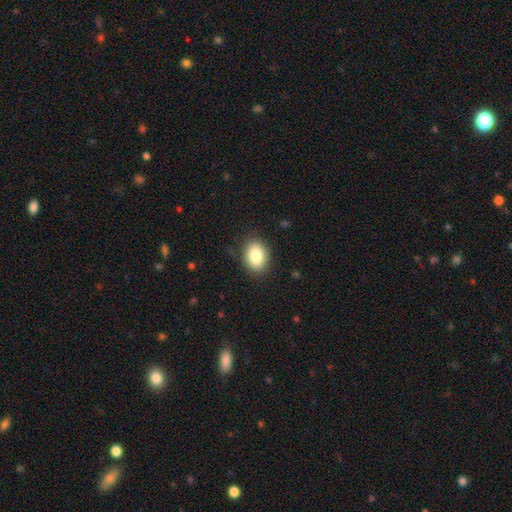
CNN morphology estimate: Smooth or featured?
  - smooth: 86% *
  - star or artifact: 8%
  - featured or disk: 7%
How rounded?
  - in between: 74% *
  - round: 25%
  - cigar-shaped: 1%
Merging?
  - none: 86% *
  - minor disturbance: 10%
  - major disturbance: 3%
  - merger: 1%